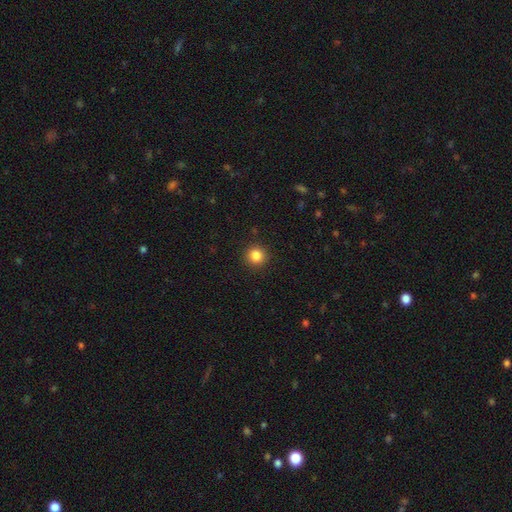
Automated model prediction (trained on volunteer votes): This is clearly a smooth galaxy (84%). How rounded: clearly round (94%). Merging: clearly none (92%).